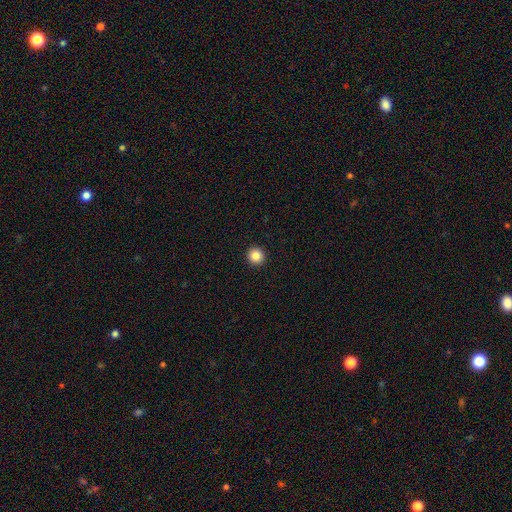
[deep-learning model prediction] This appears to be a smooth galaxy with no disk features (85%) that is round (95%). Merging: none (94%).